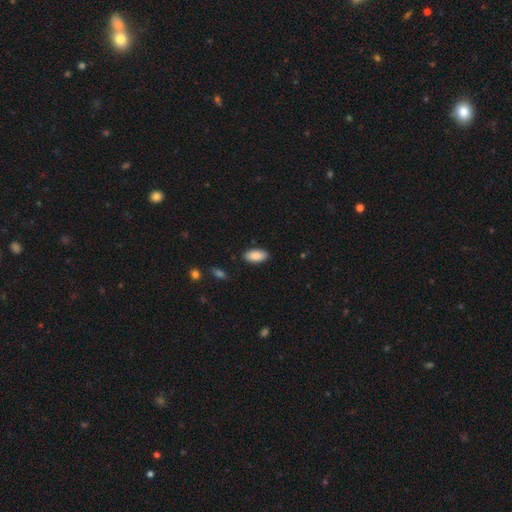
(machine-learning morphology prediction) Smooth or featured? smooth (88%)
How rounded? in between (94%)
Merging? none (88%)